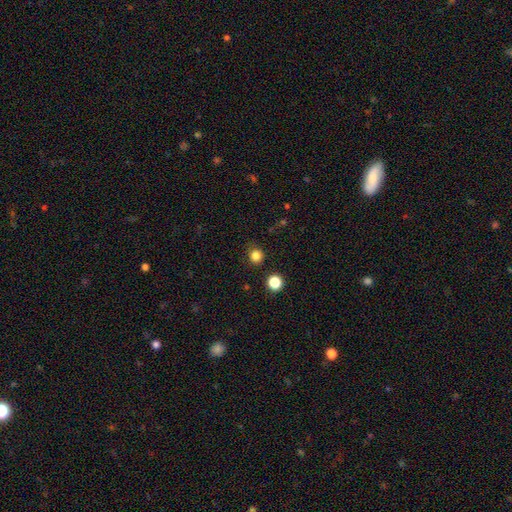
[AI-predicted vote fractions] This is clearly a smooth galaxy (82%). How rounded: clearly round (90%). Merging: clearly none (86%).